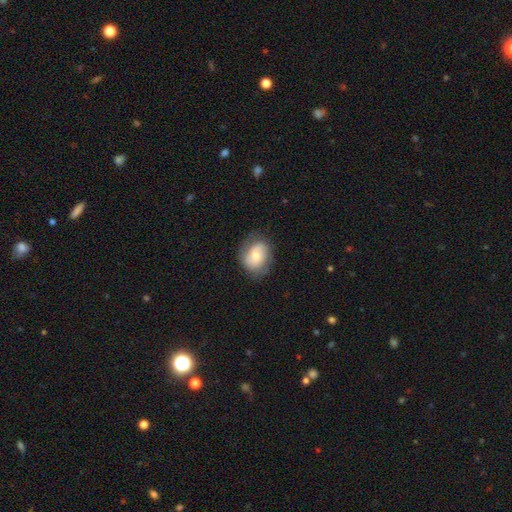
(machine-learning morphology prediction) Smooth or featured: smooth — 57% (featured or disk — 36%)
How rounded: in between — 59% (round — 40%)
Merging: none — 67% (minor disturbance — 23%)